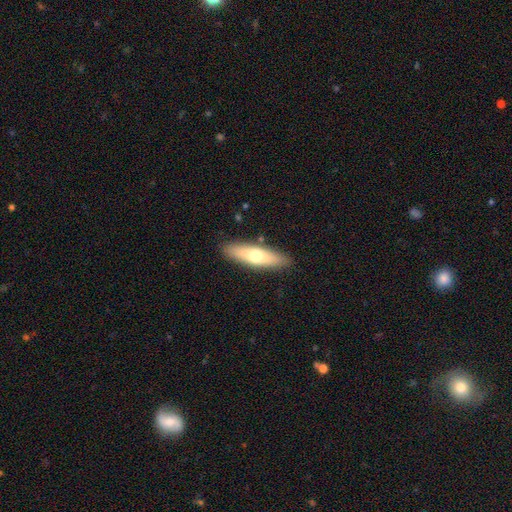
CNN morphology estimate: A smooth galaxy with no disk features (61%) that is cigar-shaped (58%). Merging: none (88%).